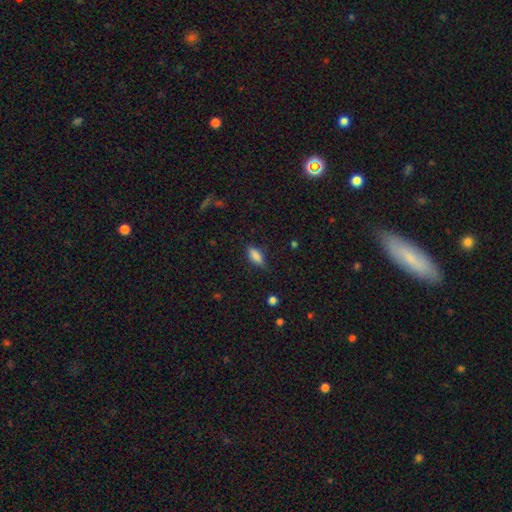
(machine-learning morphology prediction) Smooth or featured? smooth (81%)
How rounded? in between (78%)
Merging? none (69%)